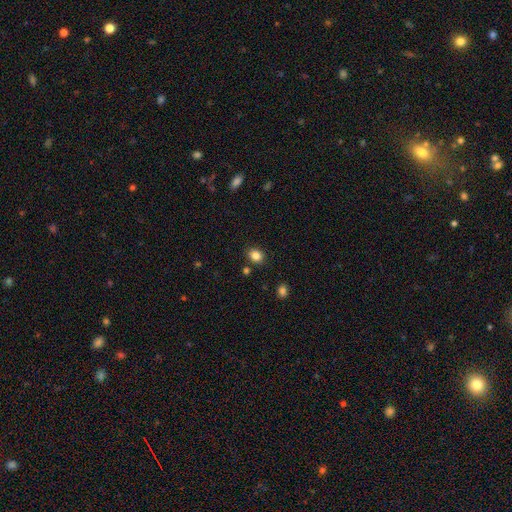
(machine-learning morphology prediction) smooth 84%, star or artifact 11%, featured or disk 5%. Down the decision tree: how rounded — round (58%); merging — none (85%).